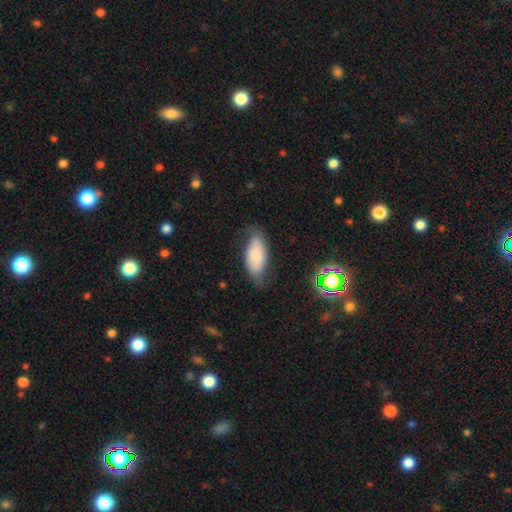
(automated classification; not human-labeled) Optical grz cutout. It shows a smooth galaxy with no disk features (71%) that is in between round and cigar-shaped (87%). Merging: none (64%).